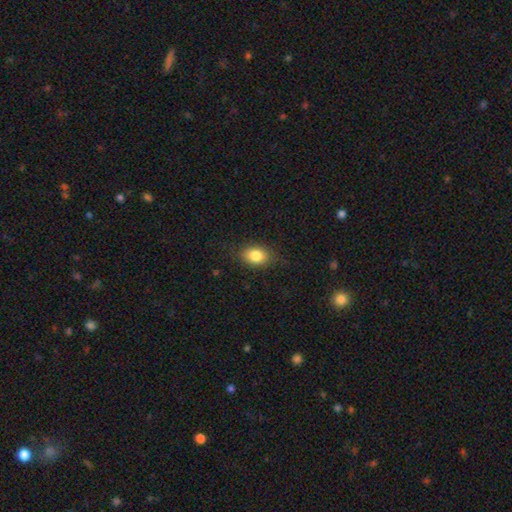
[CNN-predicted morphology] This appears to be a smooth galaxy with no disk features (83%) that is in between round and cigar-shaped (76%). Merging: none (82%).